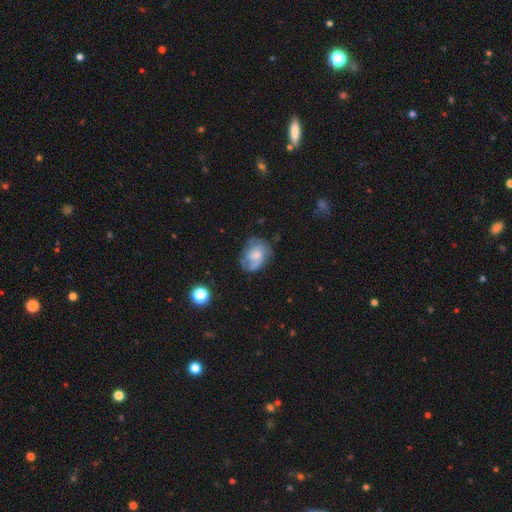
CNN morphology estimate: A featured or disk galaxy (46%).

Vote fractions:
- Smooth or featured? featured or disk: 46% / smooth: 45% / star or artifact: 9%
- Merging? none: 53% / minor disturbance: 28% / major disturbance: 16% / merger: 3%